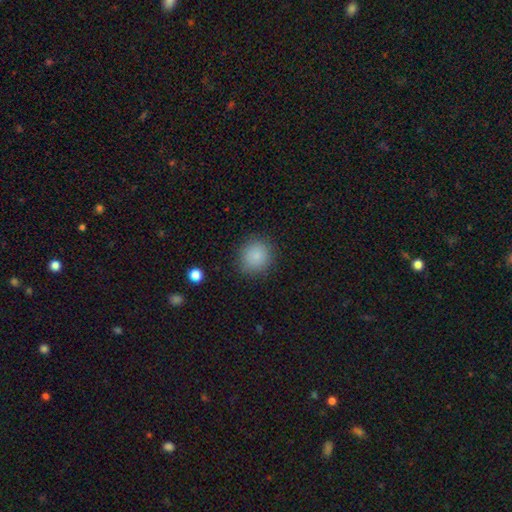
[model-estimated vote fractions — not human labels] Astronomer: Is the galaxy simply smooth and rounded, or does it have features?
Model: smooth — 85%.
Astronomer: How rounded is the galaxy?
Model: round — 89%.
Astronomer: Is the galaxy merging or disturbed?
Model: none — 87%.